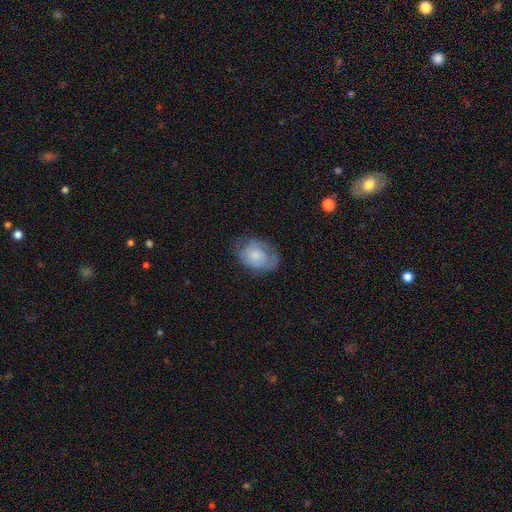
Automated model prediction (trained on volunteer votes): smooth 58%, featured or disk 34%, star or artifact 8%. Down the decision tree: how rounded — in between (68%); merging — none (52%).